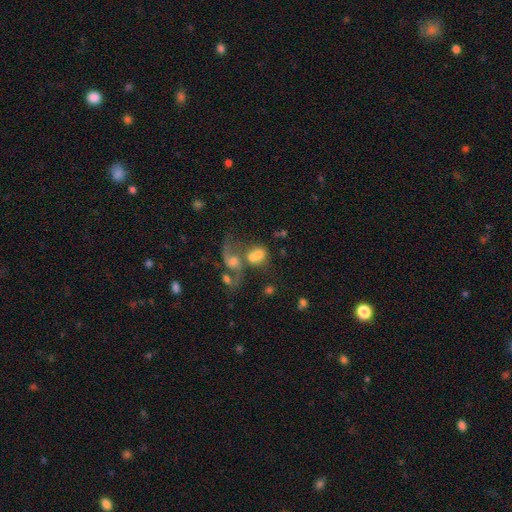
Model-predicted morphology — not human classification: Smooth or featured?
  - smooth: 48% *
  - featured or disk: 37%
  - star or artifact: 15%
Merging?
  - merger: 65% *
  - none: 17%
  - major disturbance: 11%
  - minor disturbance: 7%